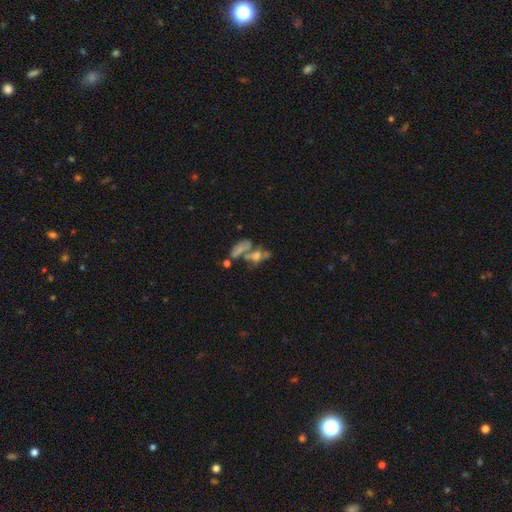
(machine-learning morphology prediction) featured or disk 42%, smooth 37%, star or artifact 21%. Down the decision tree: merging — merger (46%).